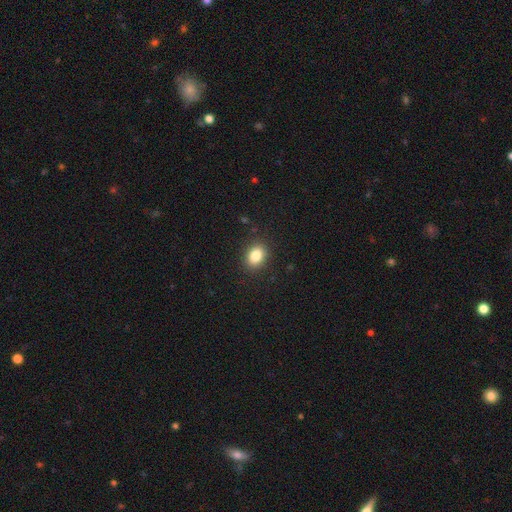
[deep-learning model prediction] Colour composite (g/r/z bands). It shows a smooth galaxy with no disk features (84%) that is in between round and cigar-shaped (63%). Merging: none (88%).